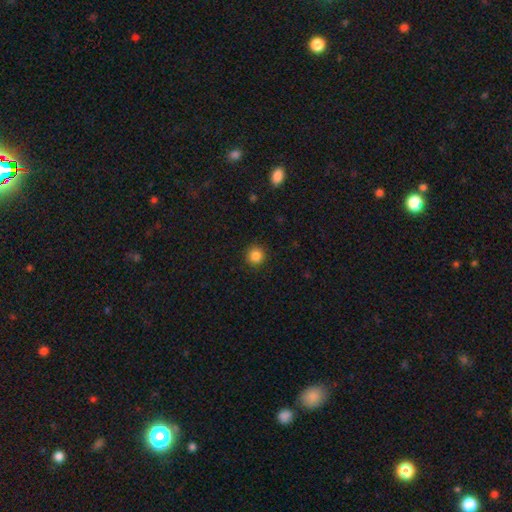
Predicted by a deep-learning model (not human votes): This is clearly a smooth galaxy (85%). How rounded: clearly round (95%). Merging: clearly none (92%).